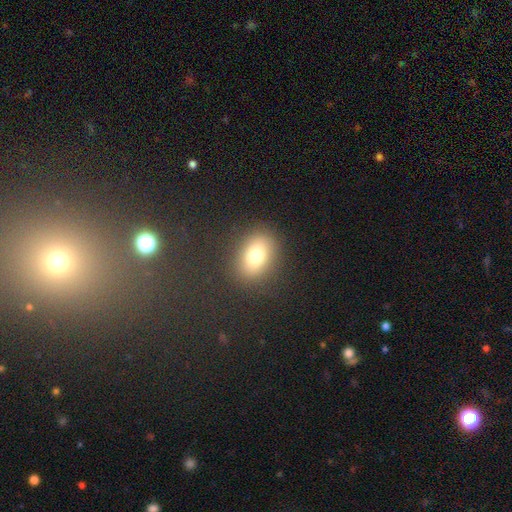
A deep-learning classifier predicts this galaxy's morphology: The model was most divided on "how rounded": in between: 70%, round: 29%, cigar-shaped: 2%. More confident: merging — none (86%); smooth or featured — smooth (78%).